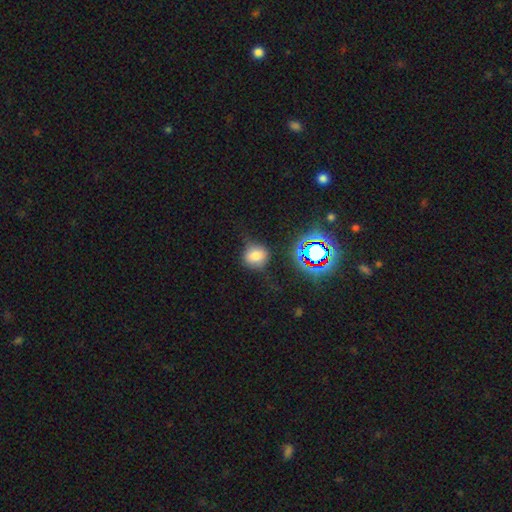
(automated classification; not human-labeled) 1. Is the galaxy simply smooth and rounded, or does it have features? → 70% smooth, 19% star or artifact, 11% featured or disk.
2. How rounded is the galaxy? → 73% round, 26% in between, 1% cigar-shaped.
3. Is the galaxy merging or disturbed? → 67% none, 23% minor disturbance, 8% major disturbance, 3% merger.